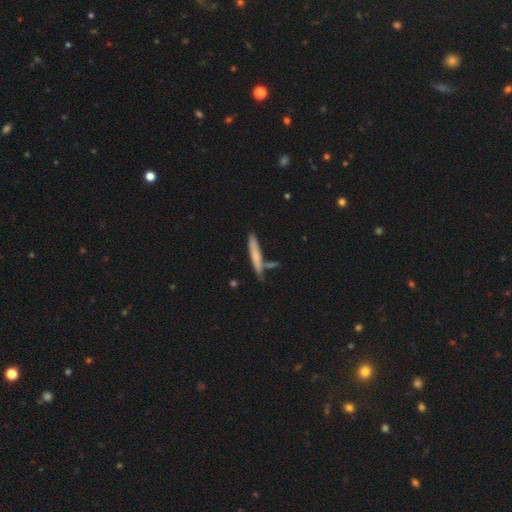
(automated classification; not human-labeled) A smooth galaxy with no disk features (67%) that is cigar-shaped (93%).

Vote fractions:
- Smooth or featured? smooth: 67% / featured or disk: 27% / star or artifact: 6%
- How rounded? cigar-shaped: 93% / in between: 6% / round: 1%
- Merging? none: 70% / minor disturbance: 16% / merger: 11% / major disturbance: 4%